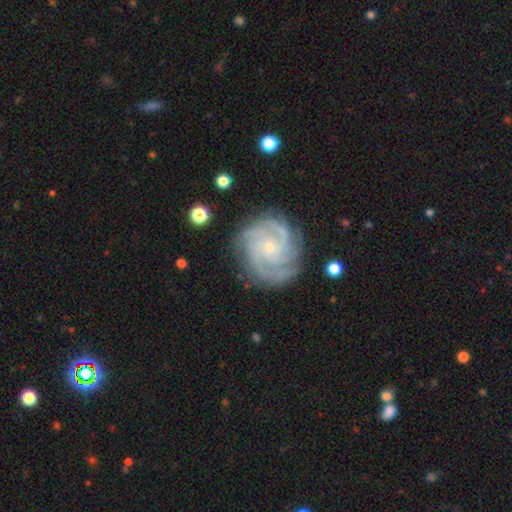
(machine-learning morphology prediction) A featured or disk galaxy (77%) with no bar (61%), 2 (37%) tight (75%) spiral arms (96%) and a small central bulge (65%).

Vote fractions:
- Smooth or featured? featured or disk: 77% / star or artifact: 12% / smooth: 11%
- Edge-on disk? no: 97% / yes: 3%
- Bar? no: 61% / weak: 30% / strong: 9%
- Spiral arms? yes: 96% / no: 4%
- Spiral winding? tight: 75% / medium: 21% / loose: 4%
- Spiral arm count? 2: 37% / 3: 23% / can't tell: 19% / 4: 9% / more than 4: 6% / 1: 6%
- Bulge size? small: 65% / moderate: 31% / none: 1% / large: 1% / dominant: 1%
- Merging? none: 82% / minor disturbance: 12% / major disturbance: 4% / merger: 2%